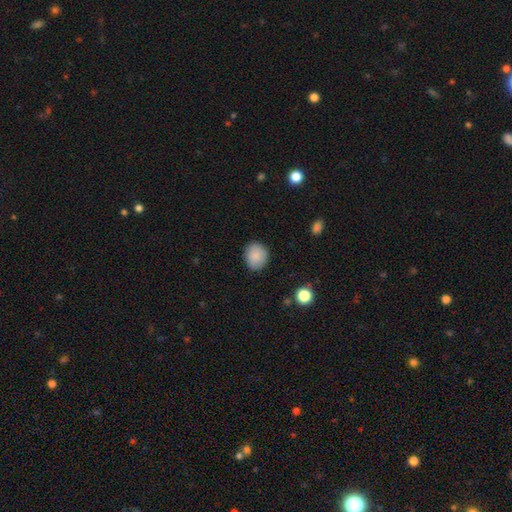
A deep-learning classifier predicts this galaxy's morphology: Smooth or featured? Predicted: smooth (p=0.87). How rounded? Predicted: round (p=0.71). Merging? Predicted: none (p=0.85).